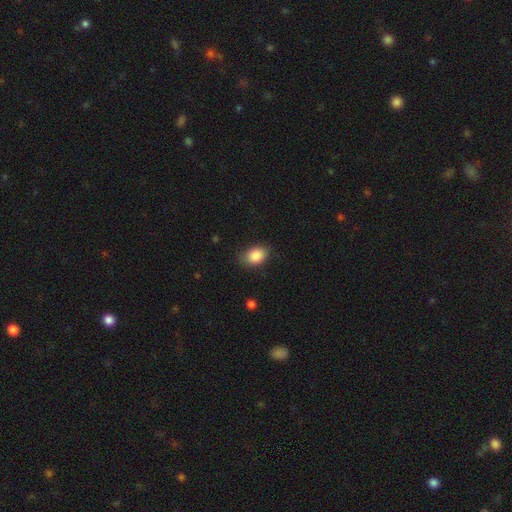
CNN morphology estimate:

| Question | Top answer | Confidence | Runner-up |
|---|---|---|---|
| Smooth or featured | smooth | 87% | star or artifact (8%) |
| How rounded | in between | 74% | round (25%) |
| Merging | none | 76% | minor disturbance (19%) |